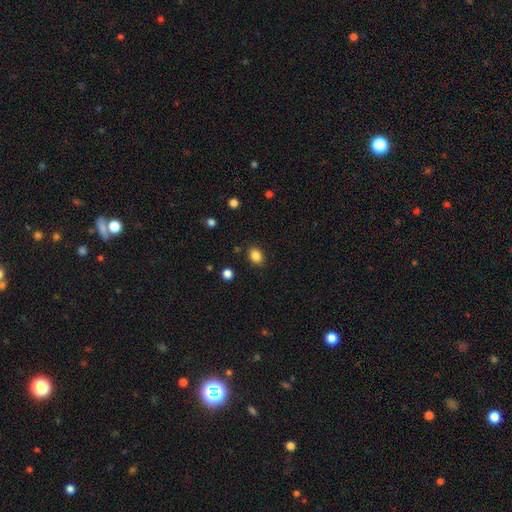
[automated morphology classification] The model was most divided on "how rounded": in between: 59%, round: 40%, cigar-shaped: 1%. More confident: merging — none (86%); smooth or featured — smooth (86%).